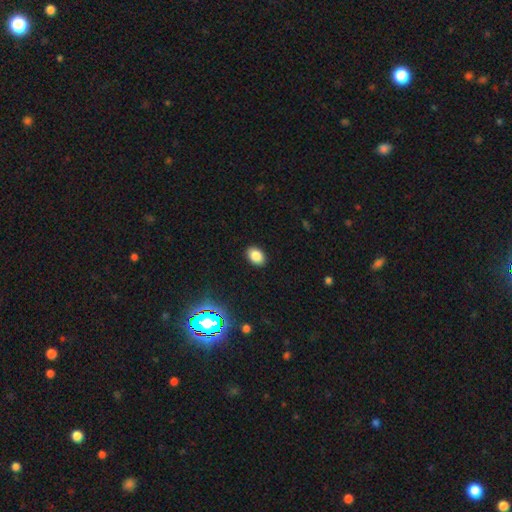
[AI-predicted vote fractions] A smooth galaxy with no disk features (84%) that is in between round and cigar-shaped (81%). Merging: none (90%).